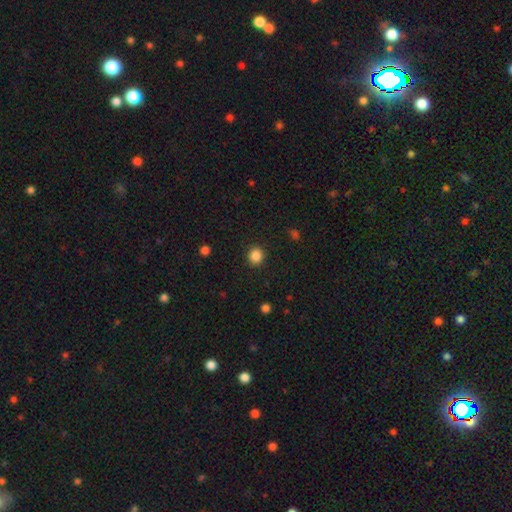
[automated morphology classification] This appears to be a smooth galaxy with no disk features (86%) that is round (87%). Merging: none (91%).